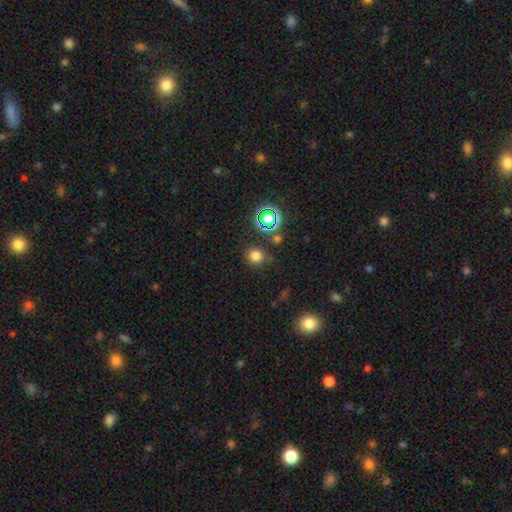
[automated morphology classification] Smooth or featured: smooth — 74% (star or artifact — 21%)
How rounded: round — 83% (in between — 16%)
Merging: none — 81% (minor disturbance — 10%)